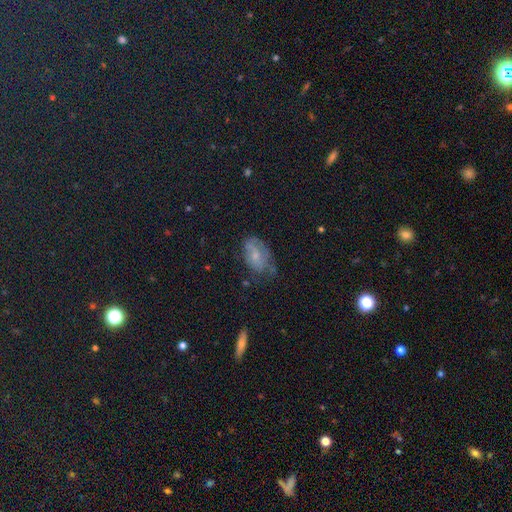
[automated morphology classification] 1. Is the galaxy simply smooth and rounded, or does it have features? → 48% smooth, 36% featured or disk, 16% star or artifact.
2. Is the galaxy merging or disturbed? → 49% none, 31% minor disturbance, 16% major disturbance, 3% merger.